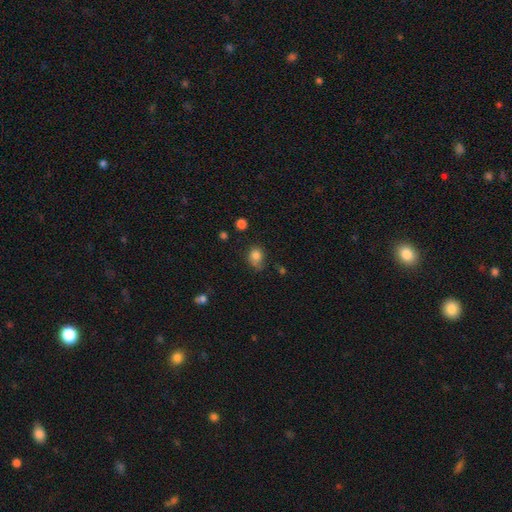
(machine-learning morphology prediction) This appears to be a smooth galaxy with no disk features (82%) that is round (53%). Merging: none (53%).